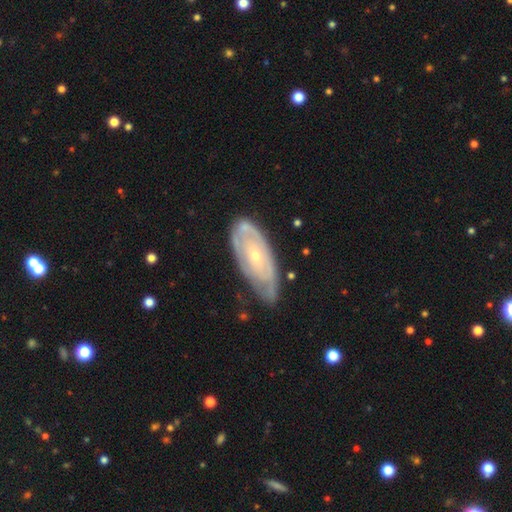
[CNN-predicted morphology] A featured or disk galaxy (72%) with no bar (69%), spiral arms (74%) and a small central bulge (67%). Merging: none (62%).